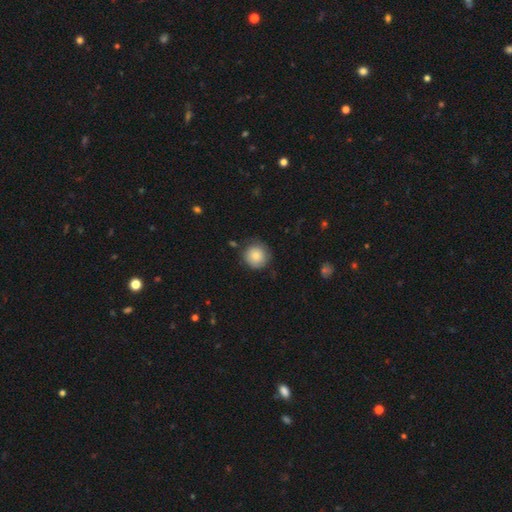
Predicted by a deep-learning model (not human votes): Overall: smooth (82%). How rounded: round (94%). Merging: none (79%).